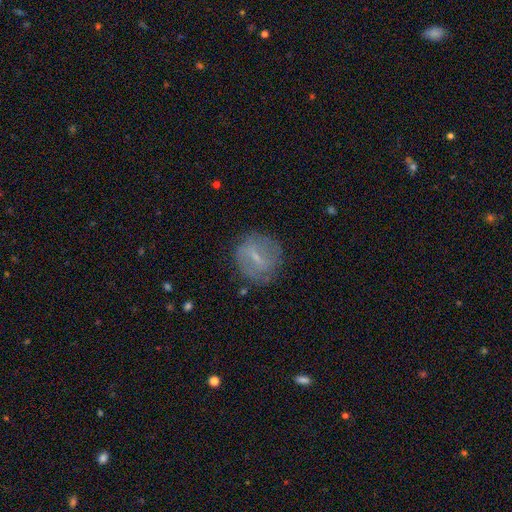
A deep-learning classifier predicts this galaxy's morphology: The model was most divided on "smooth or featured": featured or disk: 51%, smooth: 37%, star or artifact: 12%. More confident: edge-on disk — no (92%); merging — none (79%).